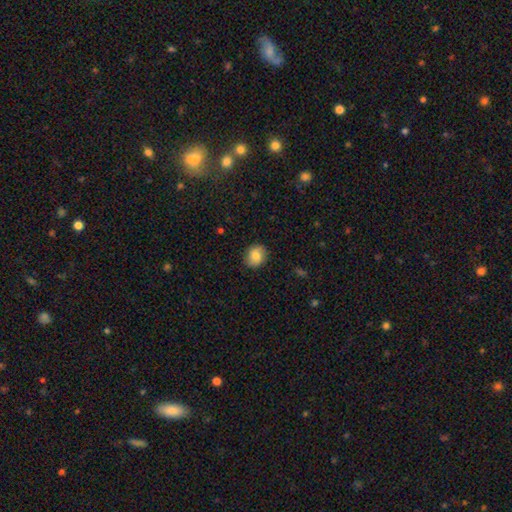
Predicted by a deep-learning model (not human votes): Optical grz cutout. It shows a smooth galaxy with no disk features (80%) that is round (68%). Merging: none (85%).